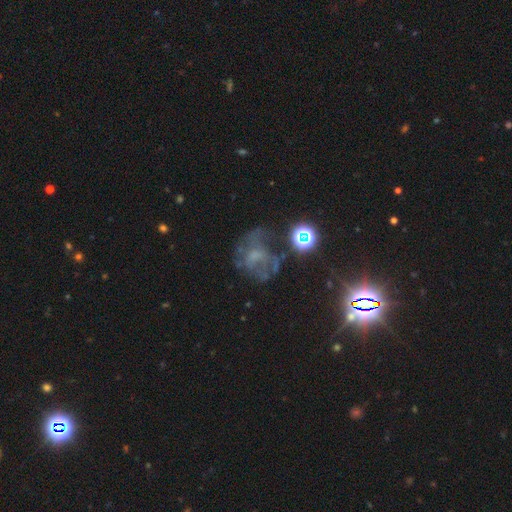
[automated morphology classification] featured or disk 48%, star or artifact 29%, smooth 23%. Down the decision tree: merging — none (43%).